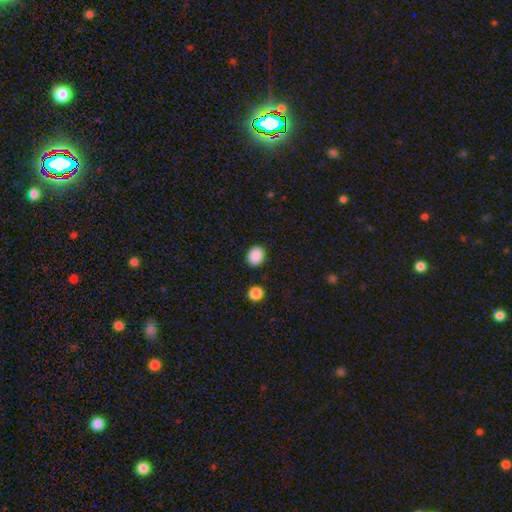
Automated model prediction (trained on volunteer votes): A smooth galaxy with no disk features (88%) that is round (55%). Merging: none (89%).